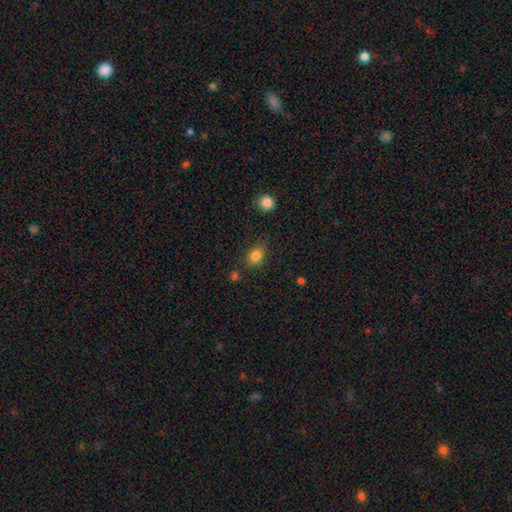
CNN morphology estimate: This is clearly a smooth galaxy (83%). How rounded: possibly in between (54%). Merging: likely none (79%).